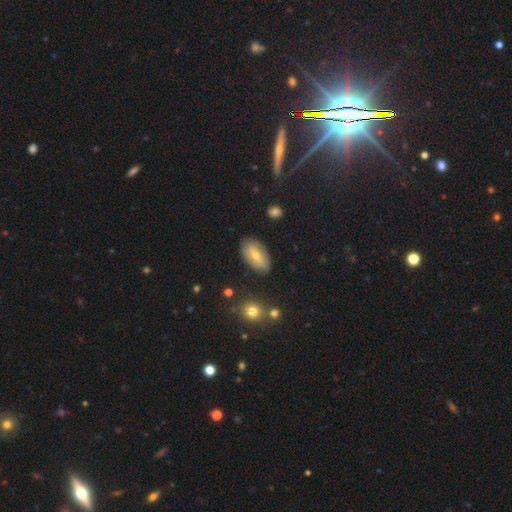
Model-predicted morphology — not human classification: Overall: smooth (63%; featured or disk 30%). How rounded: in between (93%). Merging: none (80%).